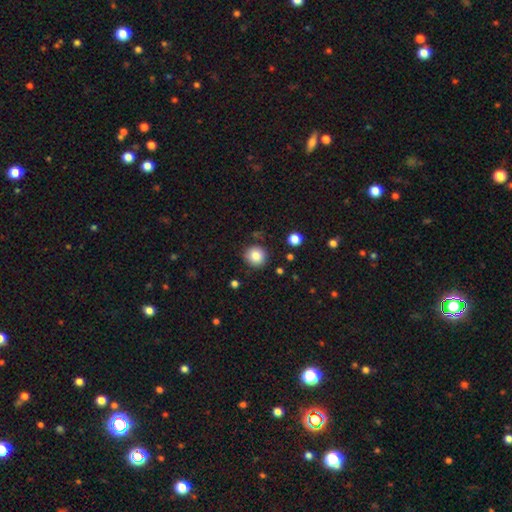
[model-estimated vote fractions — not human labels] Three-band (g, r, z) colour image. It shows a smooth galaxy with no disk features (85%) that is round (92%). Merging: none (87%).